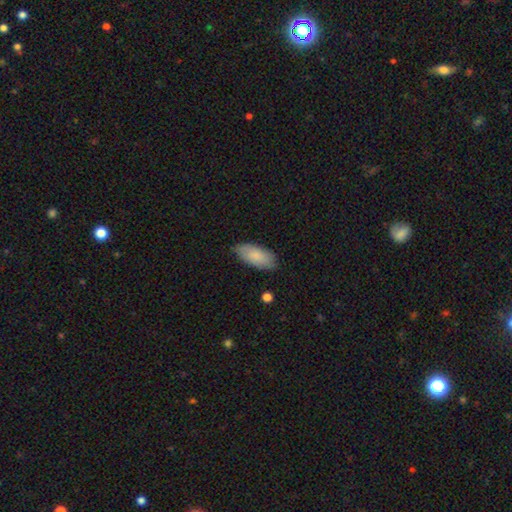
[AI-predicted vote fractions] smooth 83%, featured or disk 11%, star or artifact 6%. Down the decision tree: how rounded — in between (91%); merging — none (80%).